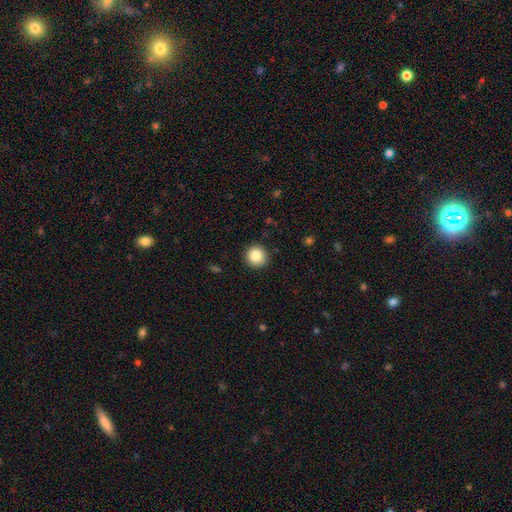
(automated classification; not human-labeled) smooth-or-featured: smooth: 85% | star or artifact: 10% | featured or disk: 5%
  how-rounded: round: 94% | in between: 5% | cigar-shaped: 1%
  merging: none: 91% | minor disturbance: 6% | major disturbance: 2% | merger: 1%